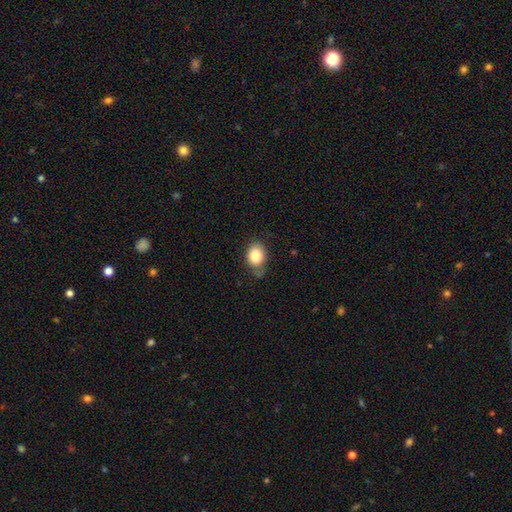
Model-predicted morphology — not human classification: A smooth galaxy with no disk features (84%) that is in between round and cigar-shaped (60%). Merging: none (69%).